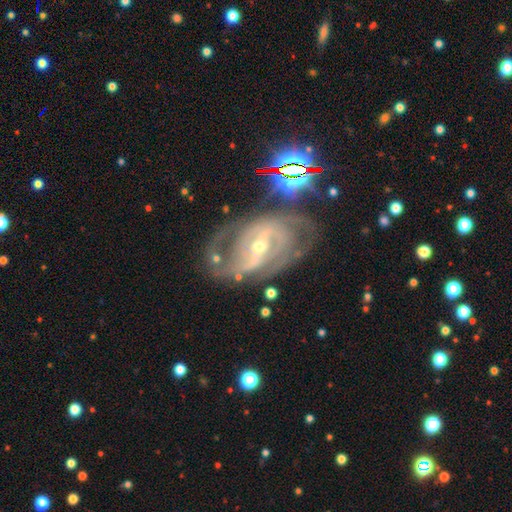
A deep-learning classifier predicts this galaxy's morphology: type=featured or disk (88%); edge-on=no (96%); bar=strong (56%); spiral arms=yes (94%); winding=medium (46%); arm count=2 (52%); bulge=small (63%); merging=none (62%).